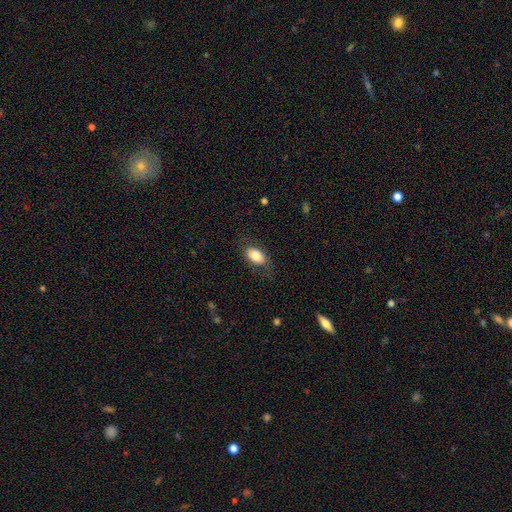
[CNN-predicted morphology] This appears to be a smooth galaxy with no disk features (80%) that is in between round and cigar-shaped (91%). Merging: none (75%).